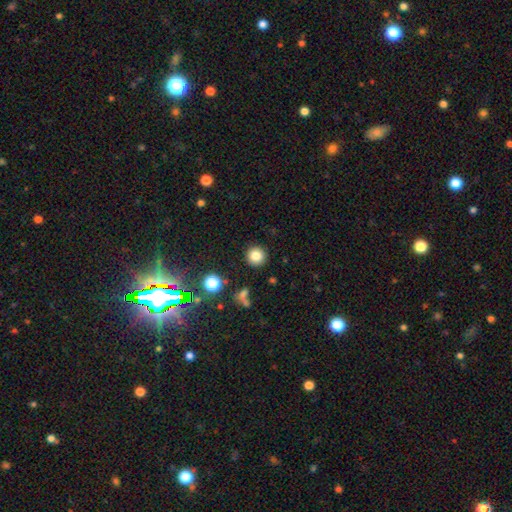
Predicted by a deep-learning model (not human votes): This appears to be a smooth galaxy with no disk features (82%) that is round (94%). Merging: none (90%).